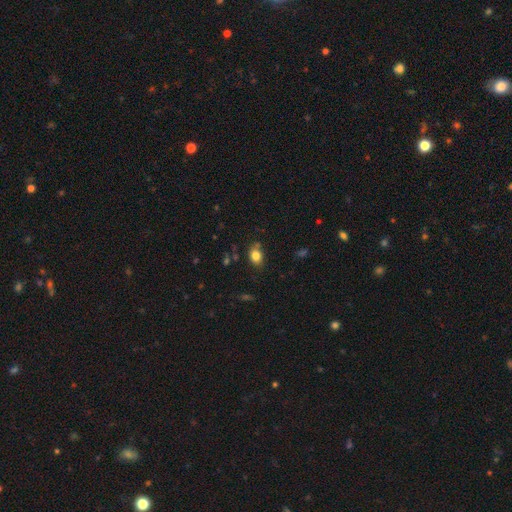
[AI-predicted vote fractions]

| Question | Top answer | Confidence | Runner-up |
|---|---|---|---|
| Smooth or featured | smooth | 82% | star or artifact (10%) |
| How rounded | in between | 65% | round (34%) |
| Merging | none | 73% | minor disturbance (19%) |